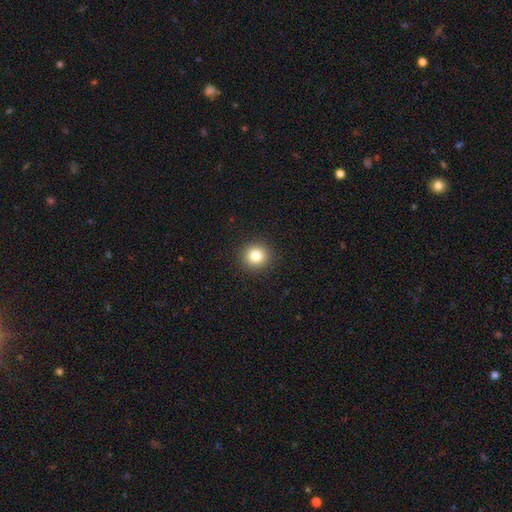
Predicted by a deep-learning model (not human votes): smooth 82%, star or artifact 12%, featured or disk 7%. Down the decision tree: how rounded — round (92%); merging — none (92%).